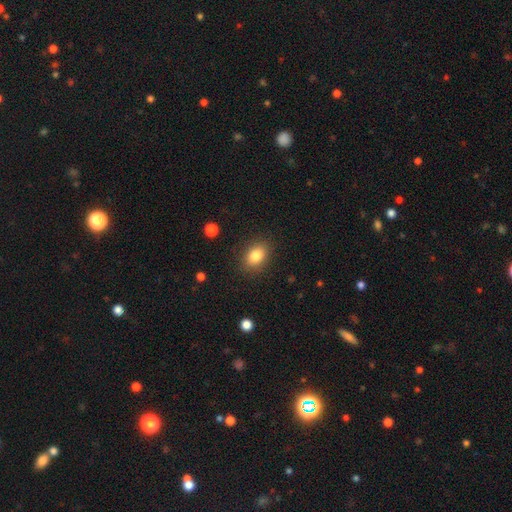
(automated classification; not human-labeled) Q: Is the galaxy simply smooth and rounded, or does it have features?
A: smooth — 83%.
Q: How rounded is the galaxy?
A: in between — 74%.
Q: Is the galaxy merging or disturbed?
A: none — 86%.